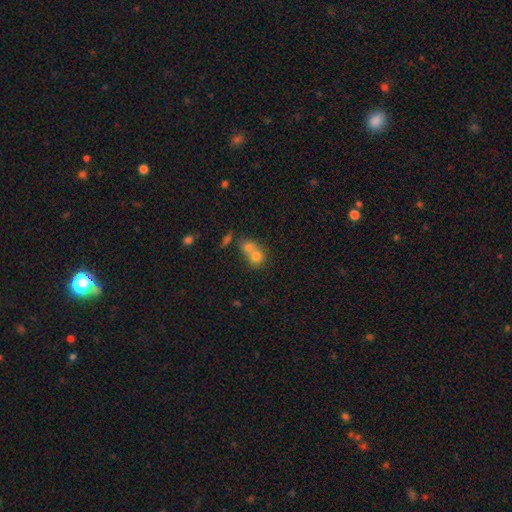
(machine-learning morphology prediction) Smooth or featured? smooth (74%)
How rounded? round (75%)
Merging? merger (64%)